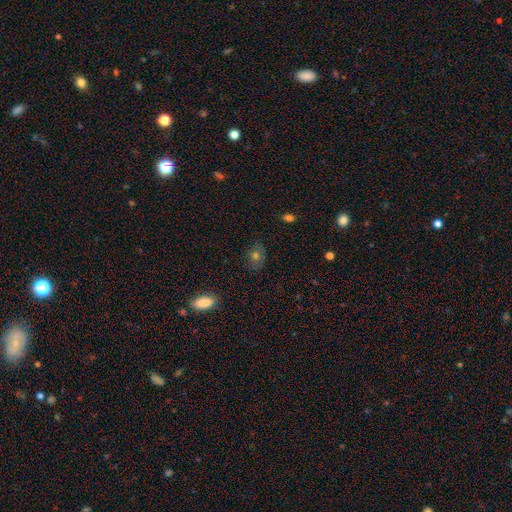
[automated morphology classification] This appears to be a smooth galaxy with no disk features (62%) that is in between round and cigar-shaped (62%). Merging: none (78%).